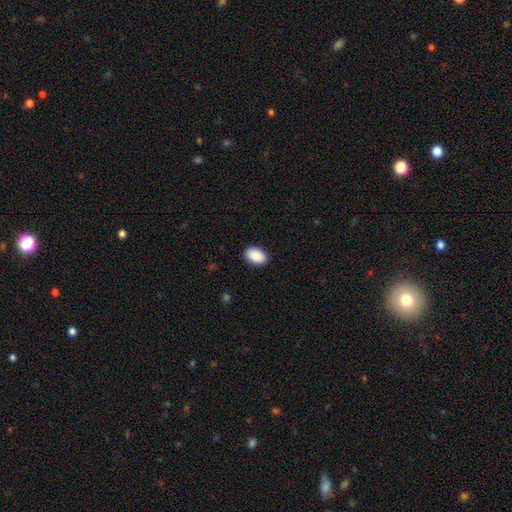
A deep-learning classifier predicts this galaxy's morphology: Smooth or featured? Predicted: smooth (p=0.90). How rounded? Predicted: in between (p=0.89). Merging? Predicted: none (p=0.90).